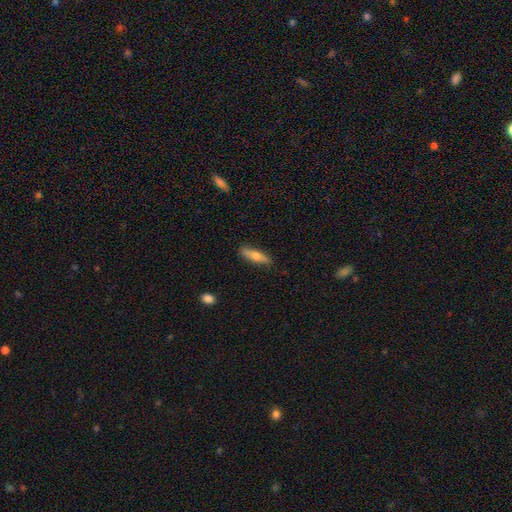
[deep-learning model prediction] This appears to be a smooth galaxy with no disk features (57%) that is cigar-shaped (73%). Merging: none (86%).